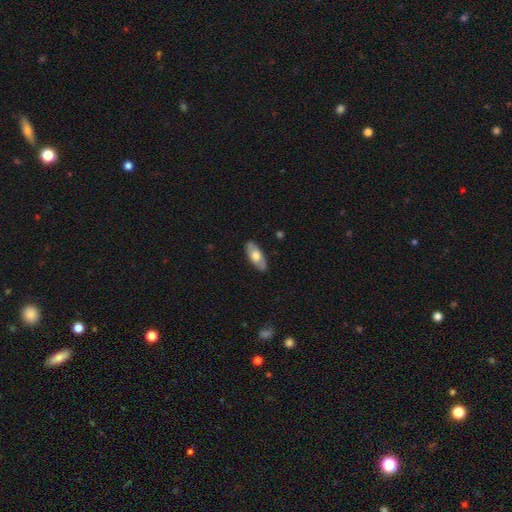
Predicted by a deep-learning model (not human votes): A smooth galaxy with no disk features (63%) that is in between round and cigar-shaped (83%).

Vote fractions:
- Smooth or featured? smooth: 63% / featured or disk: 31% / star or artifact: 6%
- How rounded? in between: 83% / cigar-shaped: 15% / round: 2%
- Merging? none: 86% / minor disturbance: 11% / major disturbance: 2% / merger: 1%